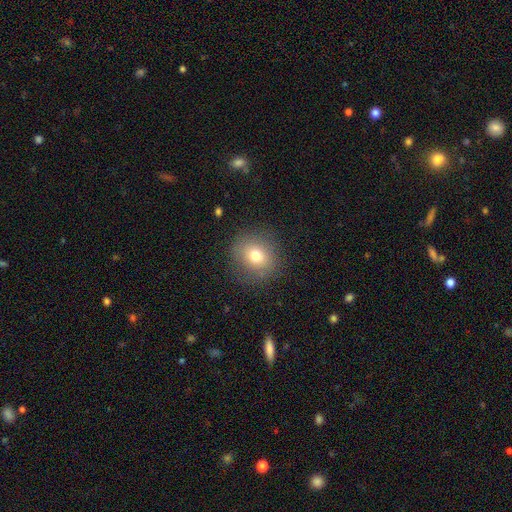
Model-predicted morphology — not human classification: Smooth or featured? Predicted: smooth (p=0.74). How rounded? Predicted: round (p=0.82). Merging? Predicted: none (p=0.85).